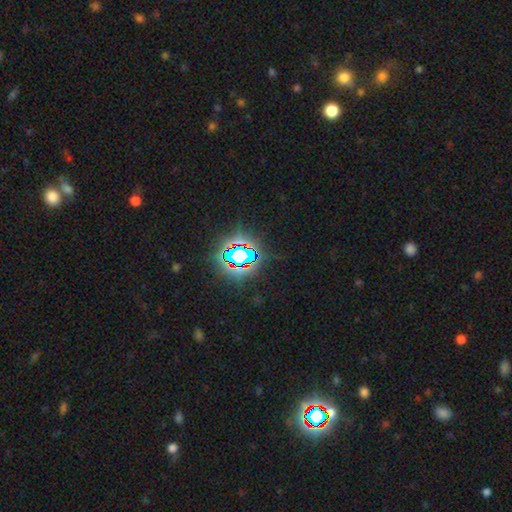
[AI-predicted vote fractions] This appears to be a star or artifact, not a galaxy (83%).